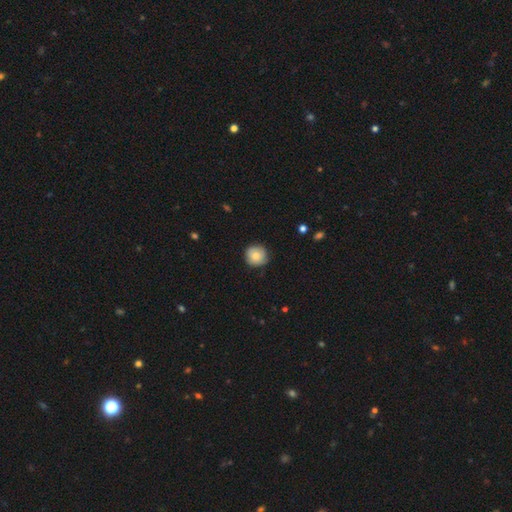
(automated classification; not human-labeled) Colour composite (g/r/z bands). It shows a smooth galaxy with no disk features (80%) that is round (93%). Merging: none (84%).